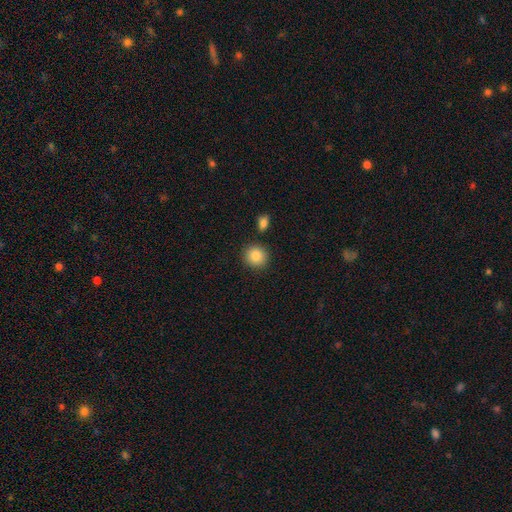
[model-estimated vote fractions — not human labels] A smooth galaxy with no disk features (87%) that is round (87%). Merging: none (86%).